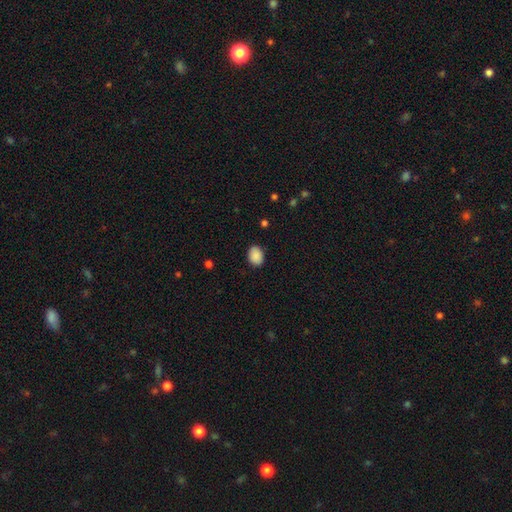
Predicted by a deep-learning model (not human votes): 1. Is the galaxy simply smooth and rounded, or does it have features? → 89% smooth, 8% star or artifact, 3% featured or disk.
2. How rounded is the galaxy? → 71% in between, 28% round, 1% cigar-shaped.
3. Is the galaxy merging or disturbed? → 86% none, 11% minor disturbance, 2% major disturbance, 1% merger.